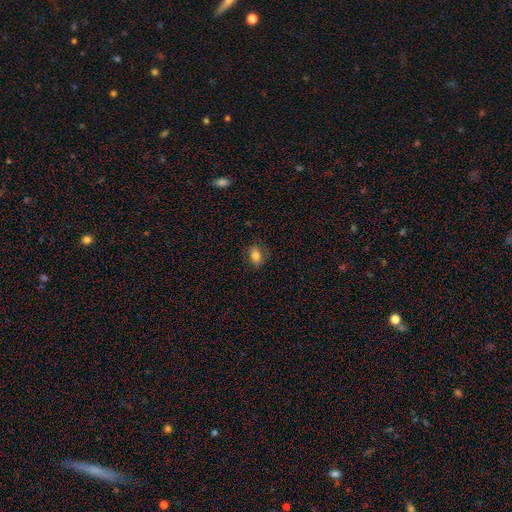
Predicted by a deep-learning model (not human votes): A smooth galaxy with no disk features (80%) that is in between round and cigar-shaped (72%). Merging: none (79%).